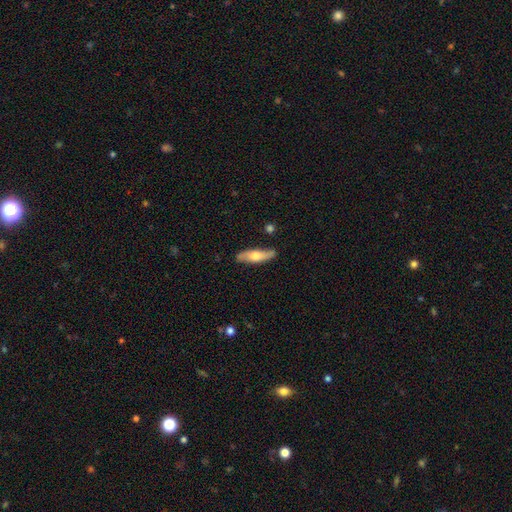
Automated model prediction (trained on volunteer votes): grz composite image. It shows a smooth galaxy with no disk features (56%) that is cigar-shaped (59%). Merging: none (82%).